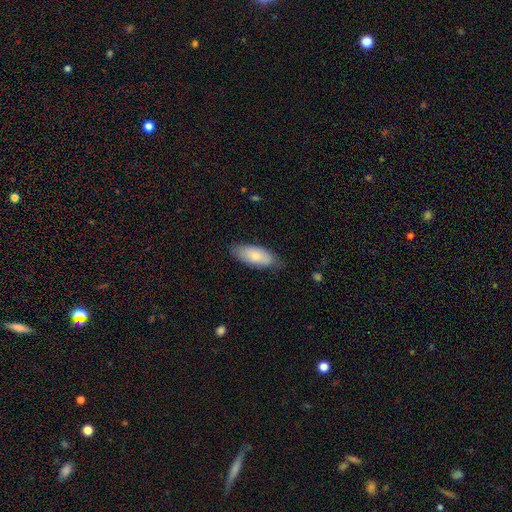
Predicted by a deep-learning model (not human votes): This is likely a smooth galaxy (79%). How rounded: clearly in between (84%). Merging: likely none (77%).